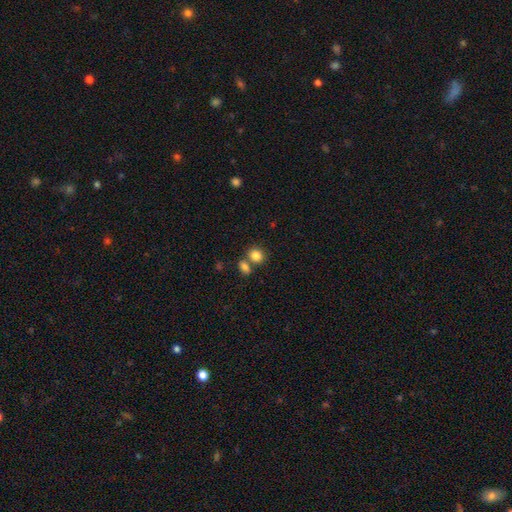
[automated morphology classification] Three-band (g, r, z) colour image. It shows a smooth galaxy with no disk features (84%) that is round (67%). Merging: none (57%).